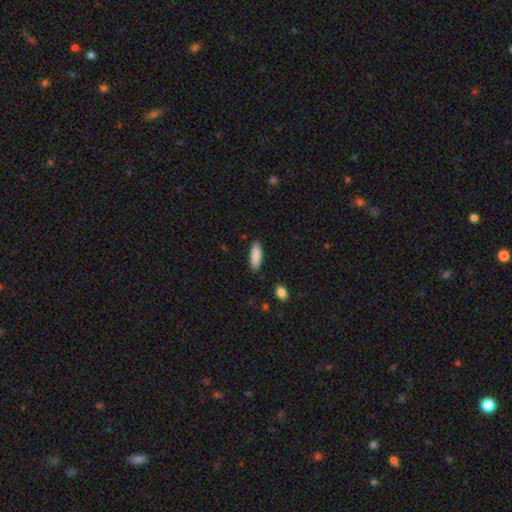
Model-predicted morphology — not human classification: This is clearly a smooth galaxy (89%). How rounded: possibly in between (55%). Merging: clearly none (87%).